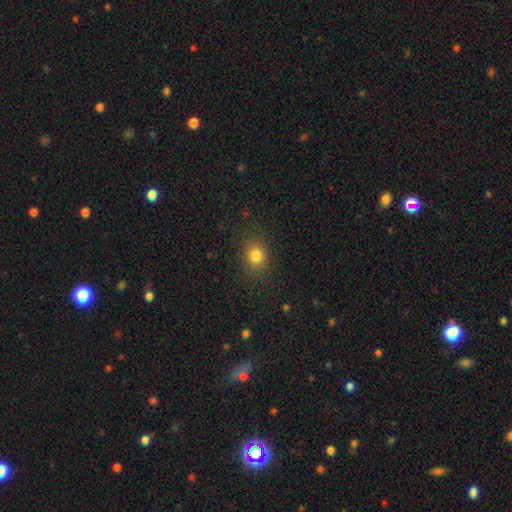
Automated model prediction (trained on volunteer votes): Morphology: type=smooth (81%); roundness=round (56%); merging=none (85%).